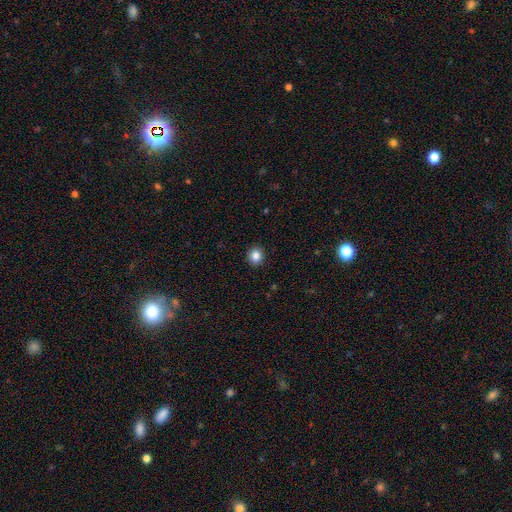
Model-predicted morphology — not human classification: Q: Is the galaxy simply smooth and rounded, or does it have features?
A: smooth — 85%.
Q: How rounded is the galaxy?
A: round — 83%.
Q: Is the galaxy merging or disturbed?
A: none — 92%.